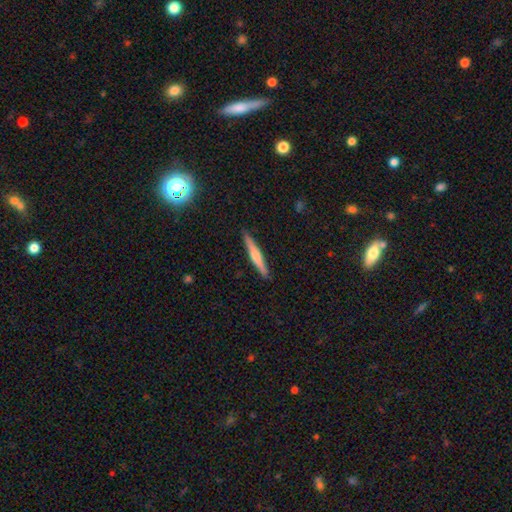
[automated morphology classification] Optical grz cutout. It shows a featured or disk galaxy (48%). Merging: none (91%).